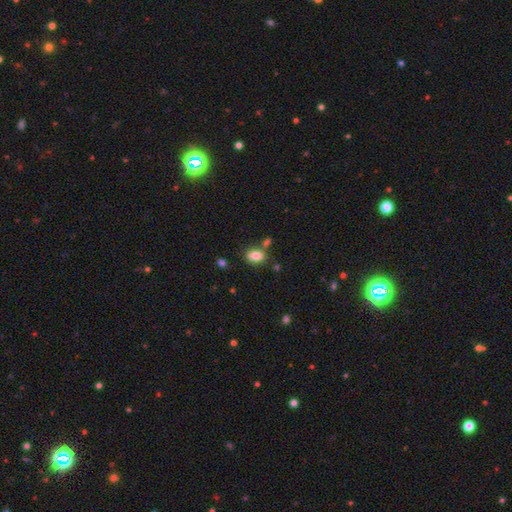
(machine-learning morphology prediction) This is clearly a smooth galaxy (84%). How rounded: clearly in between (83%). Merging: likely none (68%).